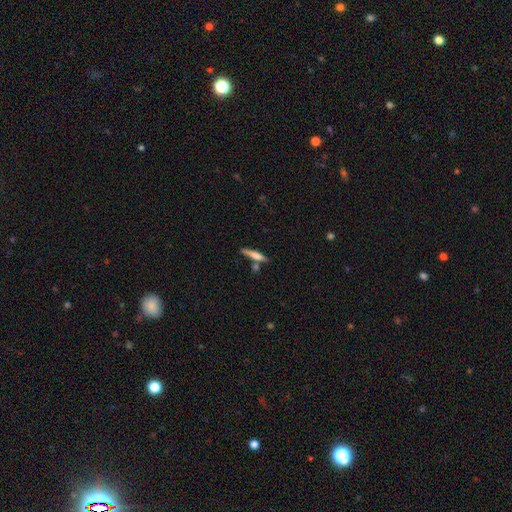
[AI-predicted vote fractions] Overall: smooth (62%; featured or disk 31%). How rounded: cigar-shaped (88%). Merging: none (65%).